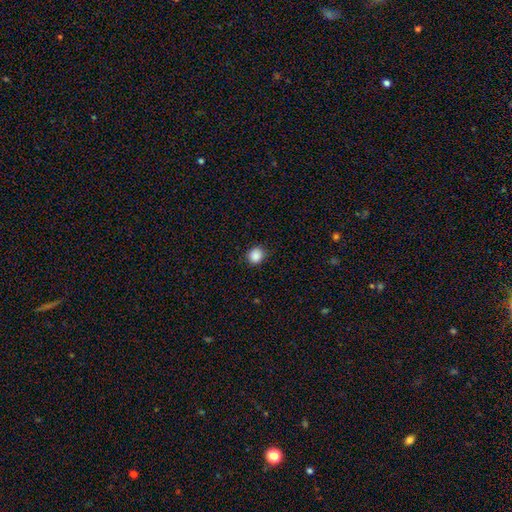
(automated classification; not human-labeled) A smooth galaxy with no disk features (87%) that is round (82%). Merging: none (88%).